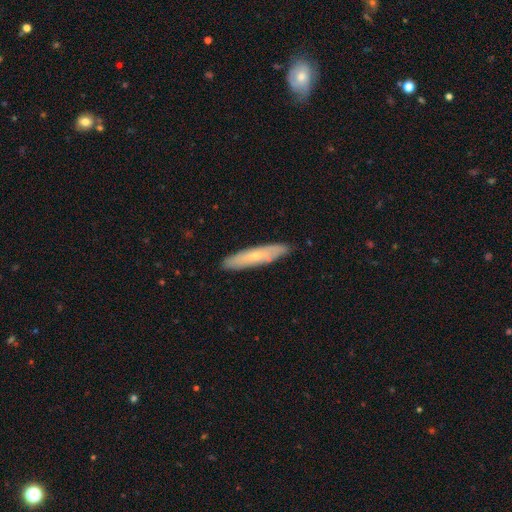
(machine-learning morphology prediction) A smooth galaxy with no disk features (51%) that is cigar-shaped (87%). Merging: none (87%).